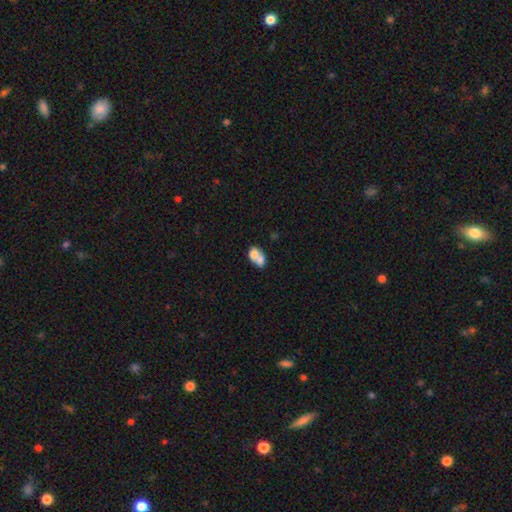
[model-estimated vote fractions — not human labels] This appears to be a smooth galaxy with no disk features (68%) that is in between round and cigar-shaped (67%). Merging: merger (69%).